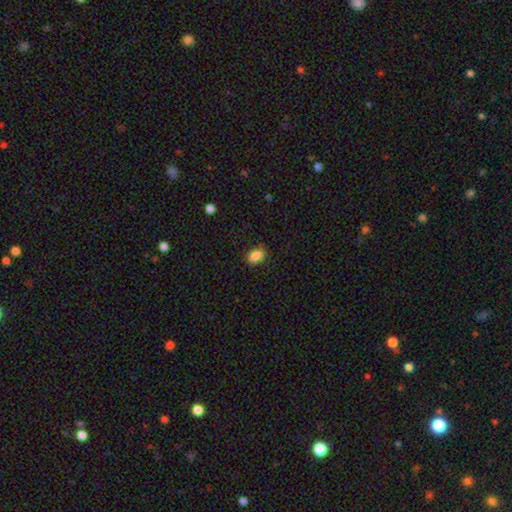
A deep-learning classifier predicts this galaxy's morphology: This is clearly a smooth galaxy (87%). How rounded: clearly in between (83%). Merging: clearly none (84%).